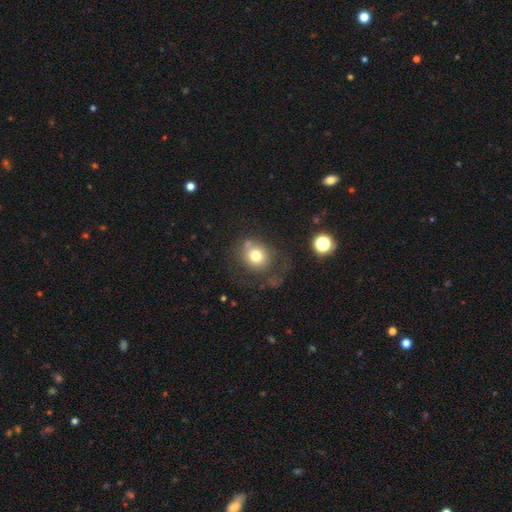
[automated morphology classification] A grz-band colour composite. It shows a smooth galaxy with no disk features (72%) that is round (75%). Merging: none (50%).